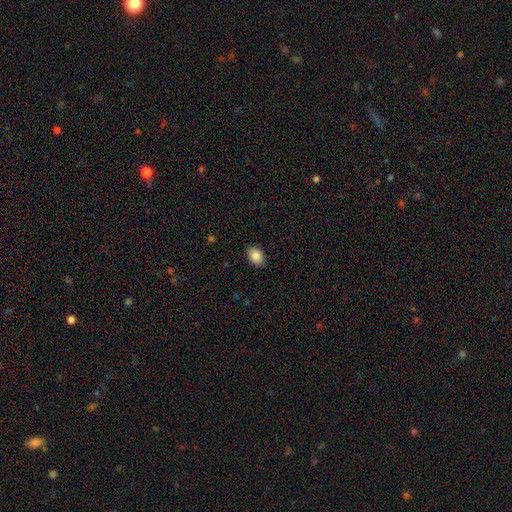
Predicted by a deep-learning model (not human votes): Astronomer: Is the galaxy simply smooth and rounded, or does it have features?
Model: smooth — 88%.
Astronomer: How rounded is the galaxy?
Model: in between — 75%.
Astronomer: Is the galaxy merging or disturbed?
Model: none — 89%.